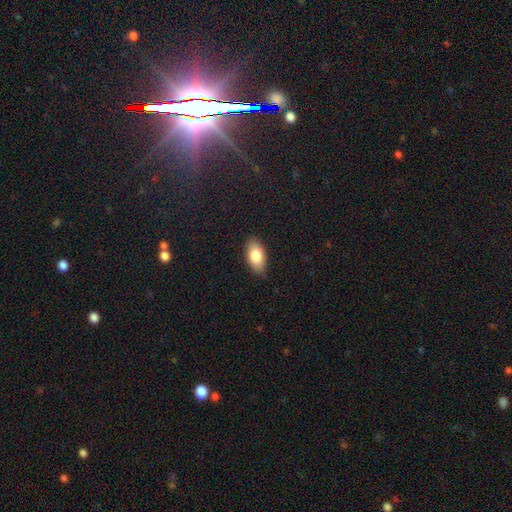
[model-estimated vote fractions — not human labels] A smooth galaxy with no disk features (82%) that is in between round and cigar-shaped (92%).

Vote fractions:
- Smooth or featured? smooth: 82% / featured or disk: 11% / star or artifact: 7%
- How rounded? in between: 92% / cigar-shaped: 4% / round: 3%
- Merging? none: 85% / minor disturbance: 12% / major disturbance: 2% / merger: 1%